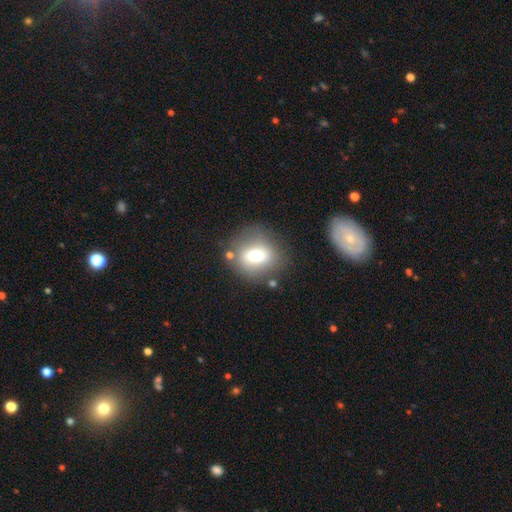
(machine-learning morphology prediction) smooth-or-featured: smooth: 68% | featured or disk: 21% | star or artifact: 11%
  how-rounded: round: 74% | in between: 25% | cigar-shaped: 1%
  merging: none: 74% | minor disturbance: 14% | merger: 7% | major disturbance: 6%